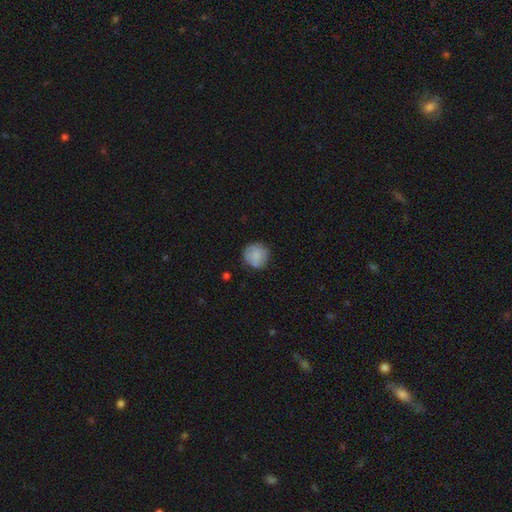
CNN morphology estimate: The model was most divided on "merging": none: 81%, minor disturbance: 15%, major disturbance: 4%, merger: 1%. More confident: how rounded — round (92%); smooth or featured — smooth (84%).